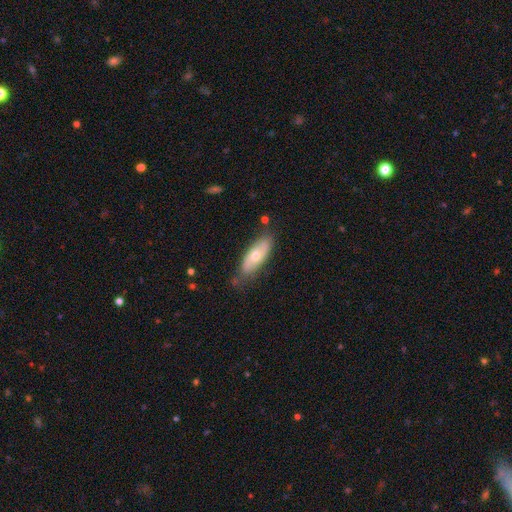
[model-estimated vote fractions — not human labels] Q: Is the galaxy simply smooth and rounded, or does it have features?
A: smooth — 58%.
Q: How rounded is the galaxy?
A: in between — 71%.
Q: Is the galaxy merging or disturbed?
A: none — 71%.